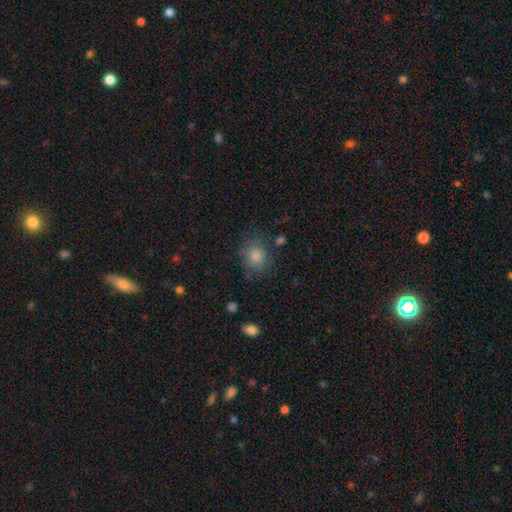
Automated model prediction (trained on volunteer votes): smooth 78%, star or artifact 13%, featured or disk 9%. Down the decision tree: how rounded — round (65%); merging — none (74%).